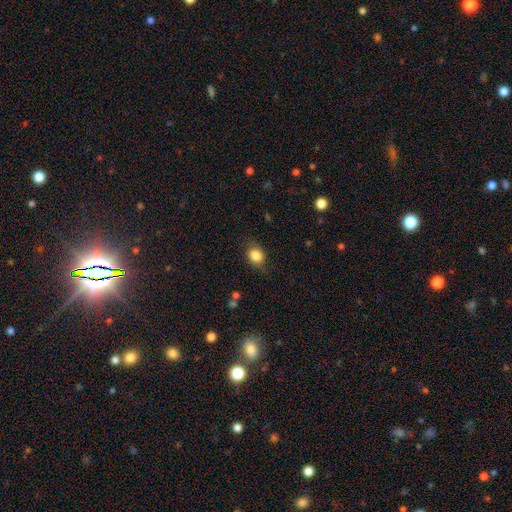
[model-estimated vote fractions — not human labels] Smooth or featured? smooth (83%)
How rounded? round (56%)
Merging? none (76%)